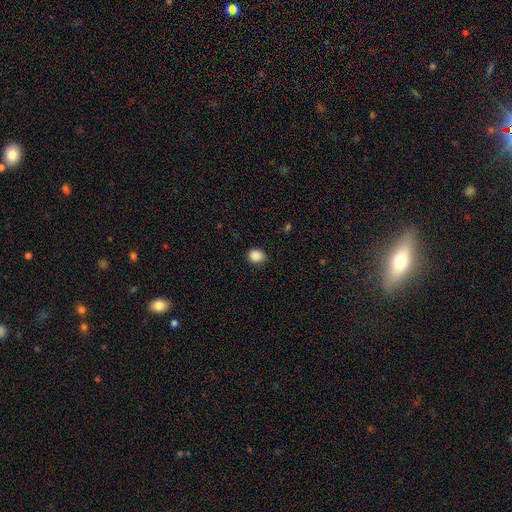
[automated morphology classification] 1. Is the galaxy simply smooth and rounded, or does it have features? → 88% smooth, 9% star or artifact, 3% featured or disk.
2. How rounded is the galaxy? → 61% round, 38% in between, 1% cigar-shaped.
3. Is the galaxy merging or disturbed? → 84% none, 12% minor disturbance, 3% major disturbance, 1% merger.